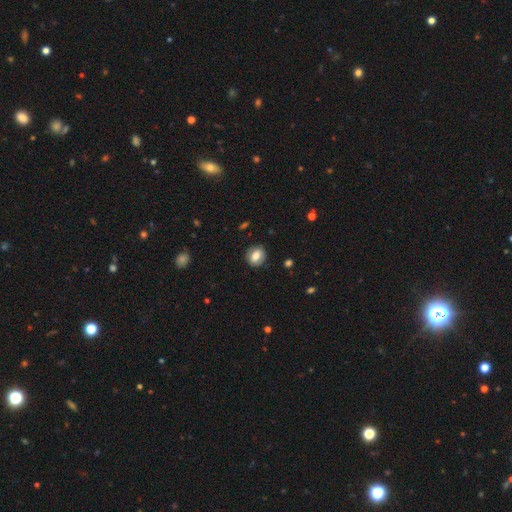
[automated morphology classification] Overall: smooth (76%). How rounded: round (61%; in between 38%). Merging: none (85%).